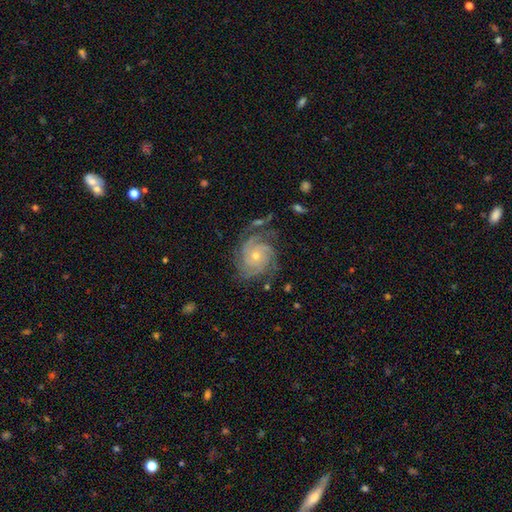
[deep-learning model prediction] Smooth or featured? Predicted: featured or disk (p=0.88). Edge-on disk? Predicted: no (p=0.98). Bar? Predicted: no (p=0.77). Spiral arms? Predicted: yes (p=0.98). Spiral winding? Predicted: tight (p=0.70). Spiral arm count? Predicted: 3 (p=0.29). Bulge size? Predicted: small (p=0.61). Merging? Predicted: none (p=0.70).